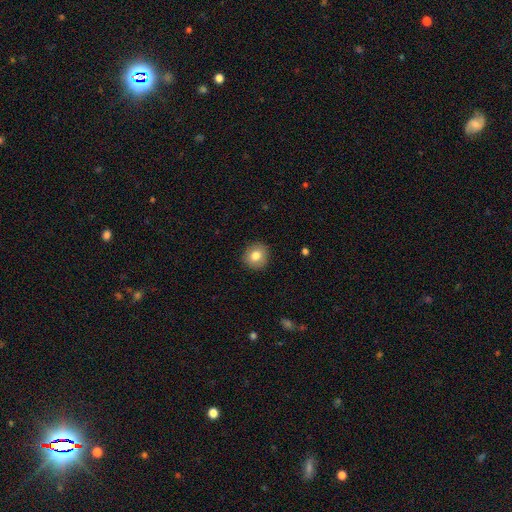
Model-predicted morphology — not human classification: Q: Smooth or featured?
A: smooth (81%); runner-up: featured or disk (11%)
Q: How rounded?
A: round (89%); runner-up: in between (10%)
Q: Merging?
A: none (90%); runner-up: minor disturbance (7%)